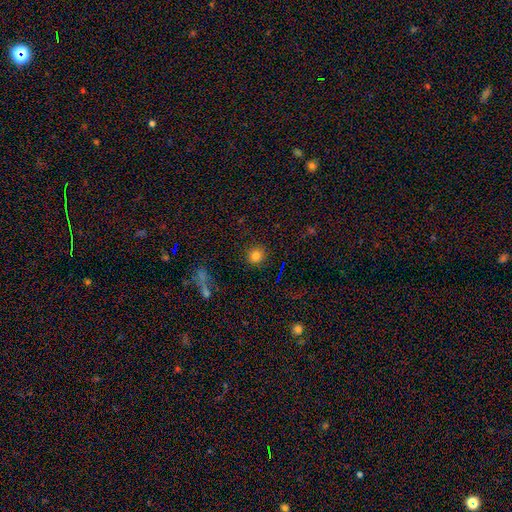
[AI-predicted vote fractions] Smooth or featured: smooth — 81% (star or artifact — 14%)
How rounded: round — 89% (in between — 10%)
Merging: none — 89% (minor disturbance — 7%)